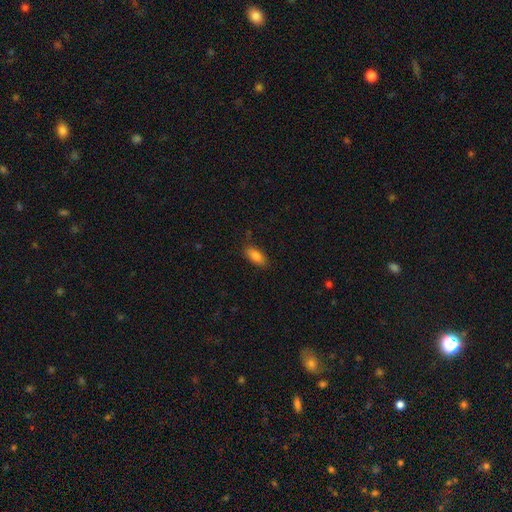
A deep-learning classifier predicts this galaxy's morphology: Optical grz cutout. It shows a smooth galaxy with no disk features (84%) that is in between round and cigar-shaped (85%). Merging: none (82%).